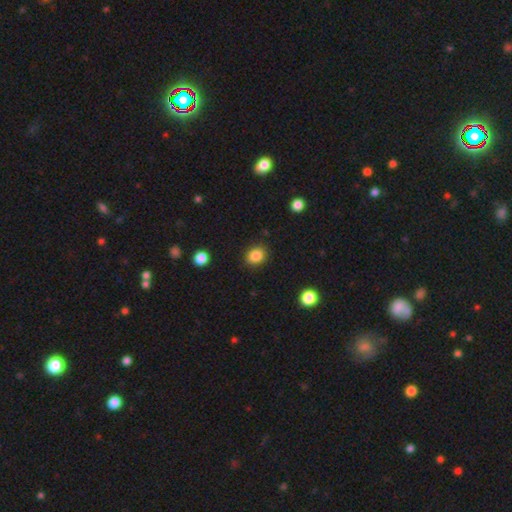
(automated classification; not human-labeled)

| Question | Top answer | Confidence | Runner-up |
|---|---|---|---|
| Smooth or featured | smooth | 86% | star or artifact (10%) |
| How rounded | round | 61% | in between (38%) |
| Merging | none | 87% | minor disturbance (9%) |